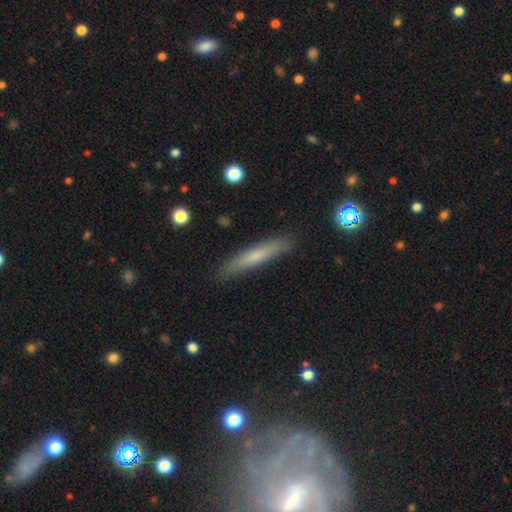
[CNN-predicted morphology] Smooth or featured? Predicted: smooth (p=0.66). How rounded? Predicted: cigar-shaped (p=0.93). Merging? Predicted: none (p=0.89).